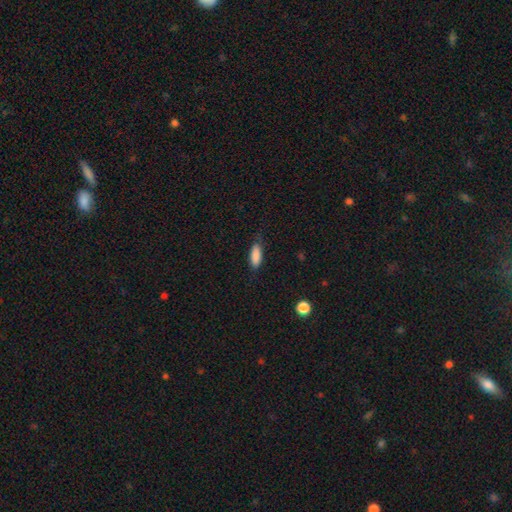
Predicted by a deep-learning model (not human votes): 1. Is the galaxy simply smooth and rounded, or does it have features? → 87% smooth, 7% star or artifact, 6% featured or disk.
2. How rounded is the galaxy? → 71% in between, 27% cigar-shaped, 2% round.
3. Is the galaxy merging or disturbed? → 75% none, 19% minor disturbance, 4% major disturbance, 1% merger.